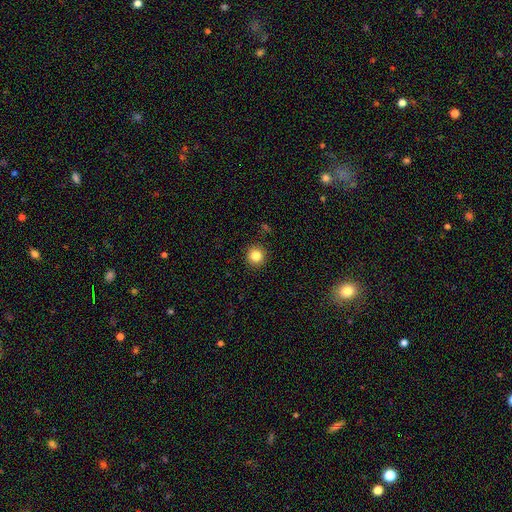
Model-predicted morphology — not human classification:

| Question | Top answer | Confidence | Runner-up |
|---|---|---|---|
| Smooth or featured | smooth | 84% | star or artifact (11%) |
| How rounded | round | 95% | in between (4%) |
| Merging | none | 92% | minor disturbance (5%) |